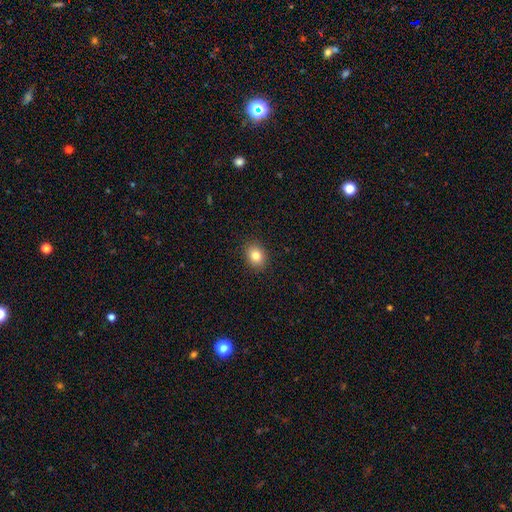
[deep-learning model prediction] This appears to be a smooth galaxy with no disk features (83%) that is in between round and cigar-shaped (53%). Merging: none (90%).